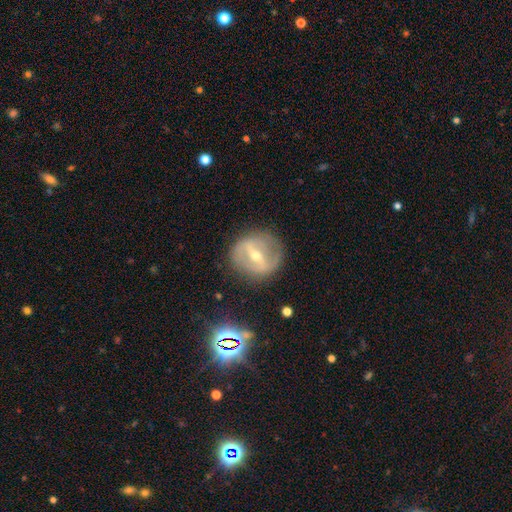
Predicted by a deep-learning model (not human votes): Morphology: type=featured or disk (73%); edge-on=no (91%); bar=strong (65%); spiral arms=no (52%); bulge=moderate (48%, tied with small); merging=none (79%).